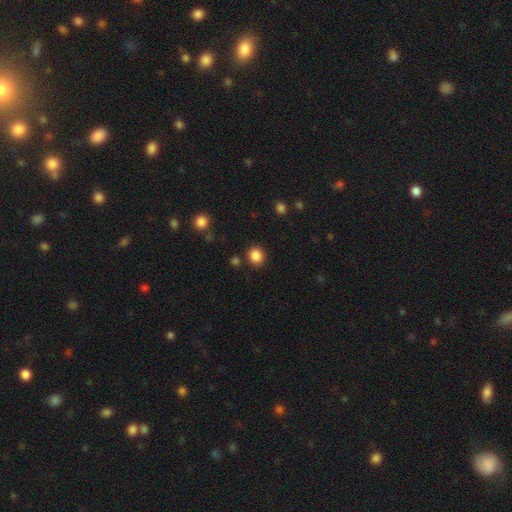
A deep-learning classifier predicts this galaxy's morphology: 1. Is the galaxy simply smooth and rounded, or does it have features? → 86% smooth, 10% star or artifact, 4% featured or disk.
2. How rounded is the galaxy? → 73% round, 26% in between, 1% cigar-shaped.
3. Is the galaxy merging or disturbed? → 86% none, 8% minor disturbance, 3% merger, 3% major disturbance.